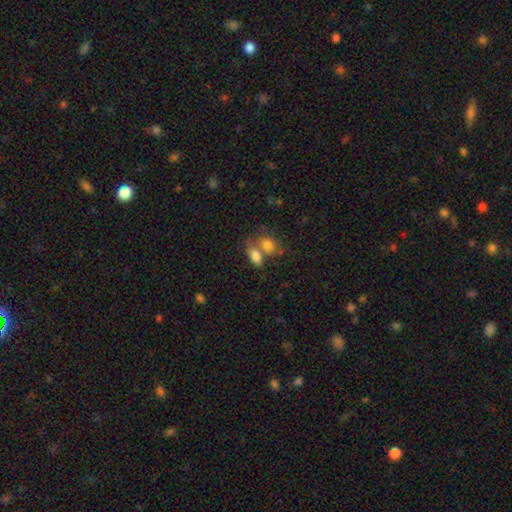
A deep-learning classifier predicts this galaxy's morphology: The model was most divided on "merging": merger: 51%, none: 34%, minor disturbance: 10%, major disturbance: 5%. More confident: how rounded — in between (85%); smooth or featured — smooth (80%).